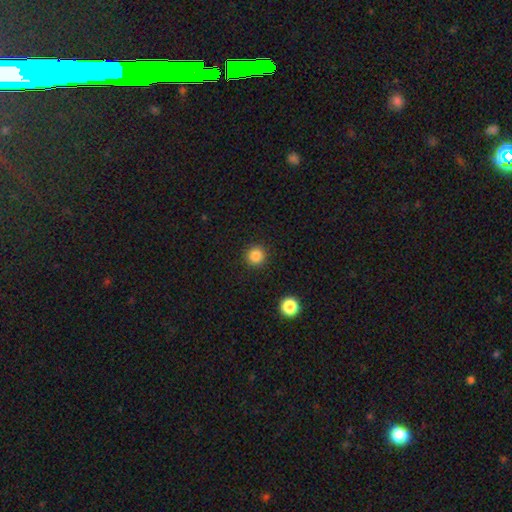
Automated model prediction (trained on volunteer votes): Smooth or featured? smooth (85%)
How rounded? round (95%)
Merging? none (92%)